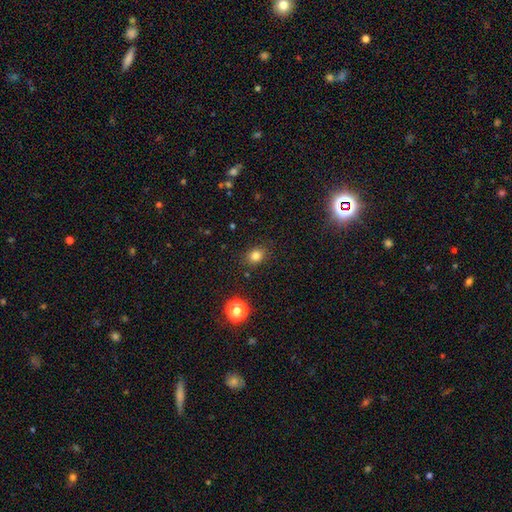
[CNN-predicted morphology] A smooth galaxy with no disk features (80%) that is round (55%). Merging: none (85%).